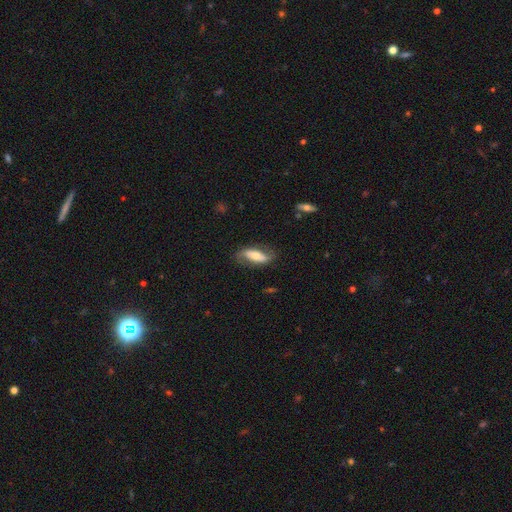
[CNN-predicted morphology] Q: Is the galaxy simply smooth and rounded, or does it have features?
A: featured or disk — 57%.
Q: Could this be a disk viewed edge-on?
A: no — 80%.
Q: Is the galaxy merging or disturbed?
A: none — 72%.